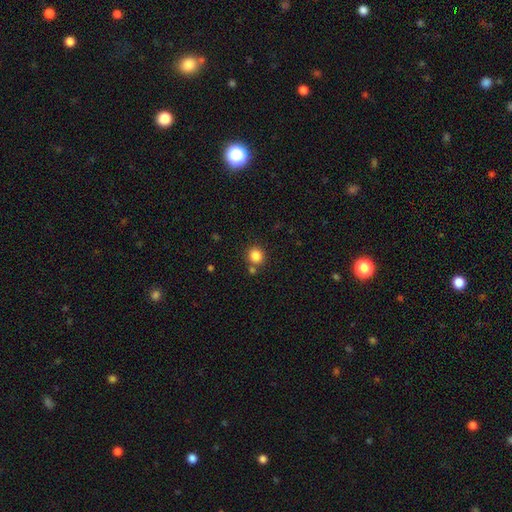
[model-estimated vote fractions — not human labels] Smooth or featured? smooth (84%)
How rounded? round (87%)
Merging? none (76%)